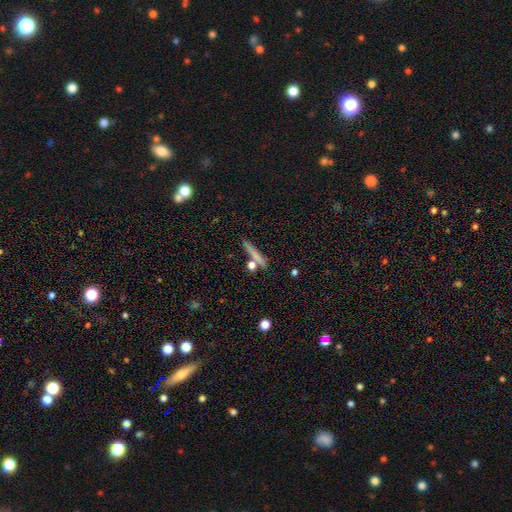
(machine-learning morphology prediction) smooth-or-featured: smooth: 66% | featured or disk: 25% | star or artifact: 9%
  how-rounded: cigar-shaped: 87% | in between: 7% | round: 6%
  merging: none: 74% | merger: 11% | minor disturbance: 11% | major disturbance: 4%